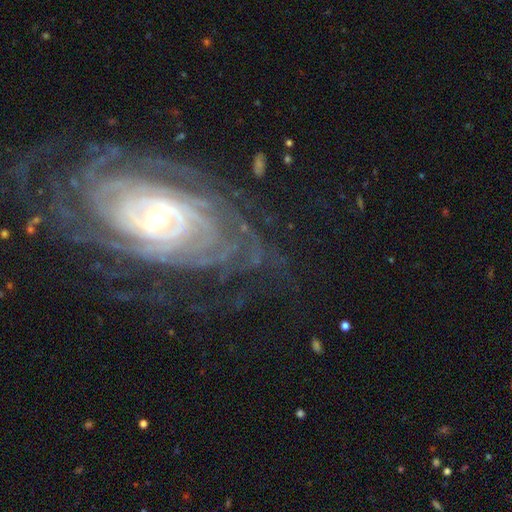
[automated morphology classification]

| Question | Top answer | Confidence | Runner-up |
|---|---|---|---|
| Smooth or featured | featured or disk | 86% | star or artifact (8%) |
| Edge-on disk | no | 95% | yes (5%) |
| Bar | no | 51% | weak (30%) |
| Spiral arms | yes | 96% | no (4%) |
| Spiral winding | tight | 82% | medium (15%) |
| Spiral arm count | can't tell | 33% | more than 4 (24%) |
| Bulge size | small | 57% | moderate (37%) |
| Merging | none | 75% | minor disturbance (14%) |